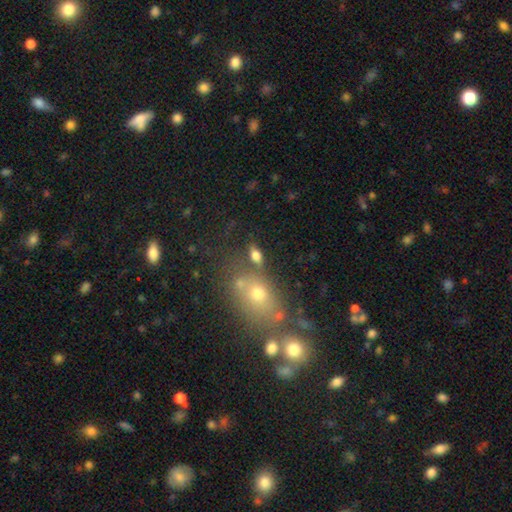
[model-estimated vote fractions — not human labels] smooth-or-featured: smooth: 70% | featured or disk: 18% | star or artifact: 12%
  how-rounded: in between: 80% | round: 11% | cigar-shaped: 9%
  merging: none: 65% | minor disturbance: 15% | merger: 14% | major disturbance: 7%